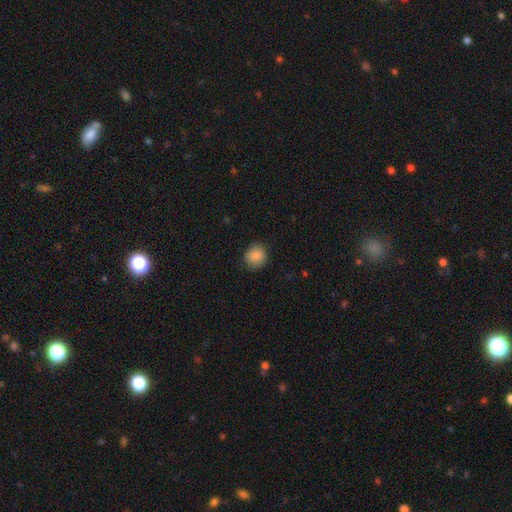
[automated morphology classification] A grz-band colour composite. It shows a smooth galaxy with no disk features (88%) that is round (86%). Merging: none (84%).